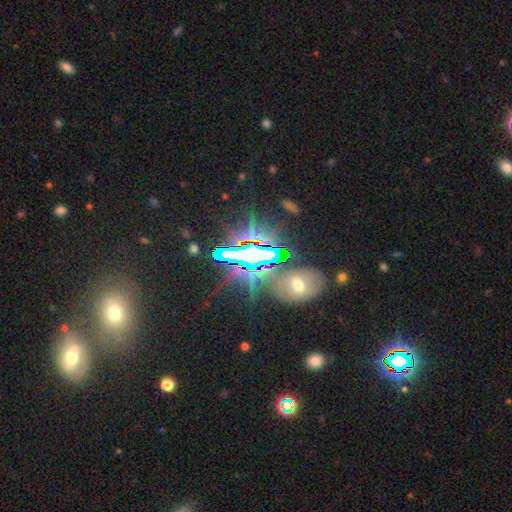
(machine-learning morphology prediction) The model was most divided on "smooth or featured": star or artifact: 65%, smooth: 23%, featured or disk: 11%.